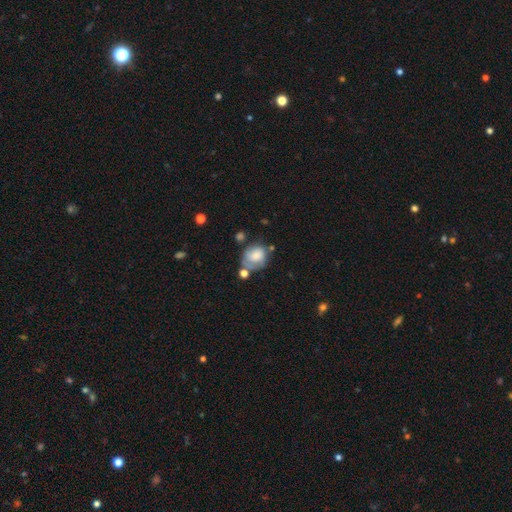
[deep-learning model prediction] Overall: smooth (71%). How rounded: round (55%; in between 44%). Merging: none (39%; minor disturbance 27%).